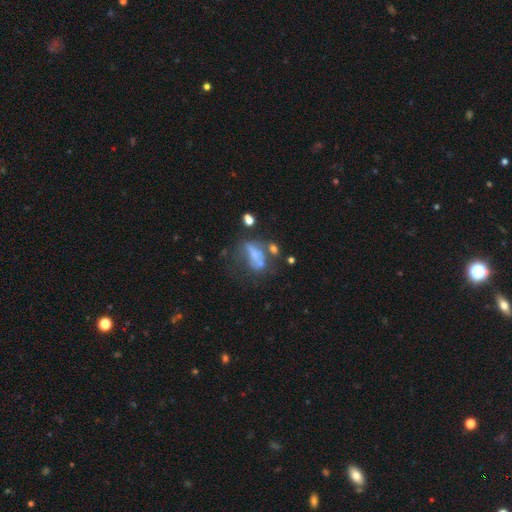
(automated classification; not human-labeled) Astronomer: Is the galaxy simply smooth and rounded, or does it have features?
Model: smooth — 44% (runner-up: featured or disk, 39%).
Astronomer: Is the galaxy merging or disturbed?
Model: major disturbance — 31% (runner-up: merger, 26%).